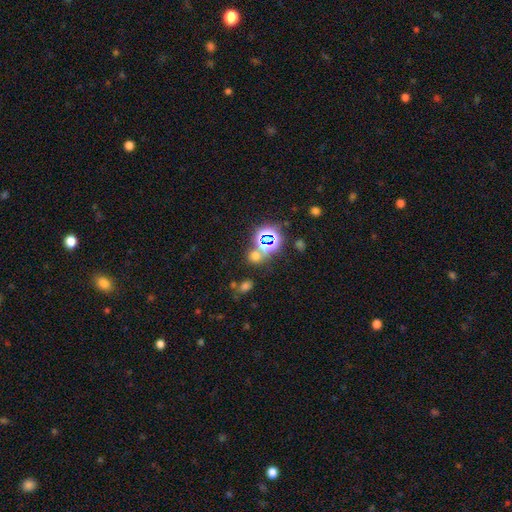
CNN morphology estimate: Smooth or featured? Predicted: smooth (p=0.47). Merging? Predicted: none (p=0.67).